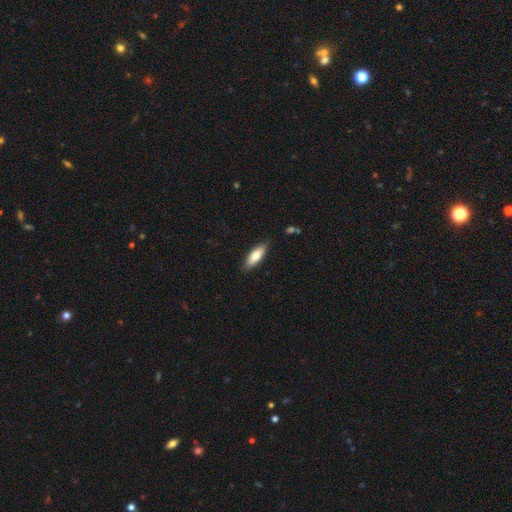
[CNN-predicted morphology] Q: Smooth or featured?
A: smooth (74%); runner-up: featured or disk (20%)
Q: How rounded?
A: in between (59%); runner-up: cigar-shaped (39%)
Q: Merging?
A: none (86%); runner-up: minor disturbance (10%)